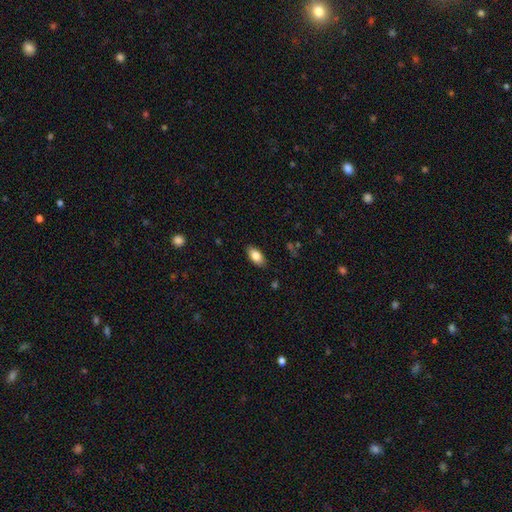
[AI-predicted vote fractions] Smooth or featured? Predicted: smooth (p=0.83). How rounded? Predicted: in between (p=0.92). Merging? Predicted: none (p=0.86).